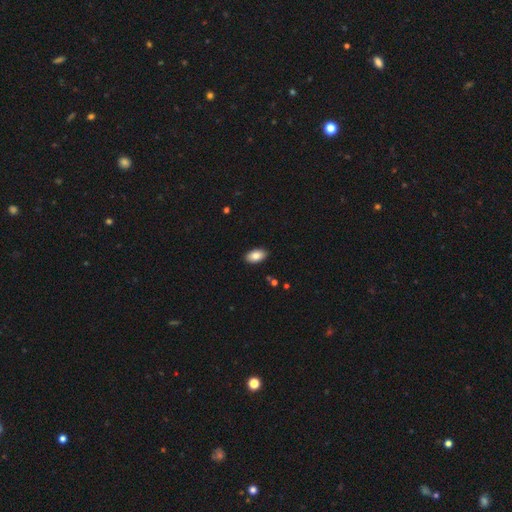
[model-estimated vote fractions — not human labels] The model was most divided on "smooth or featured": smooth: 84%, featured or disk: 9%, star or artifact: 7%. More confident: how rounded — in between (94%); merging — none (89%).